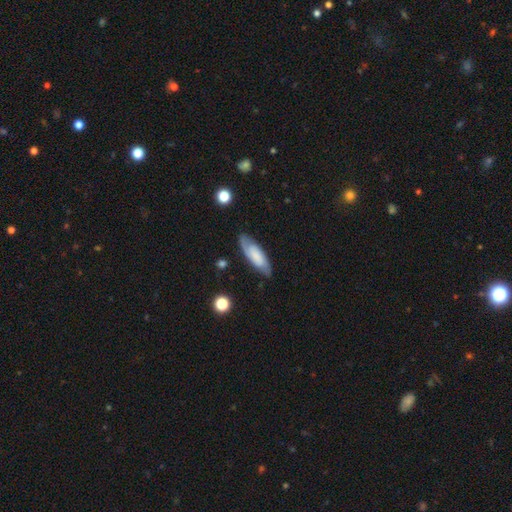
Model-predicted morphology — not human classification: This appears to be a featured or disk galaxy (49%). Merging: none (78%).